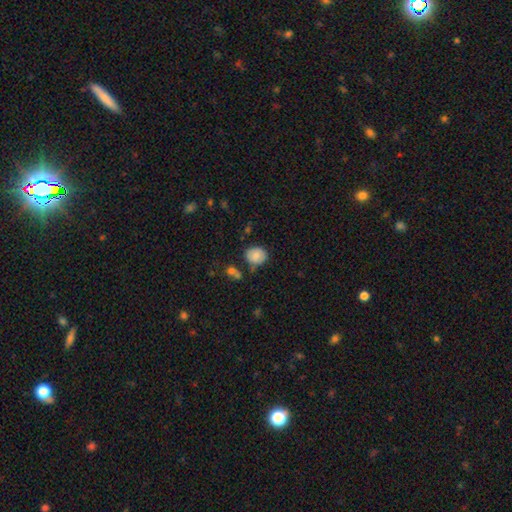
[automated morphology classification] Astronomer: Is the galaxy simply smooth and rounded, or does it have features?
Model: smooth — 83%.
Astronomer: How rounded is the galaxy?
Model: round — 61% (runner-up: in between, 38%).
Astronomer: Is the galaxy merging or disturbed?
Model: none — 72%.